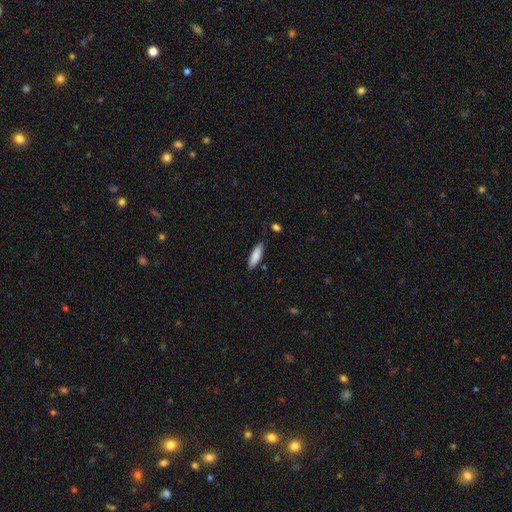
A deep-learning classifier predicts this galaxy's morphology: smooth-or-featured: smooth: 86% | featured or disk: 9% | star or artifact: 6%
  how-rounded: cigar-shaped: 56% | in between: 42% | round: 1%
  merging: none: 82% | minor disturbance: 13% | major disturbance: 2% | merger: 2%